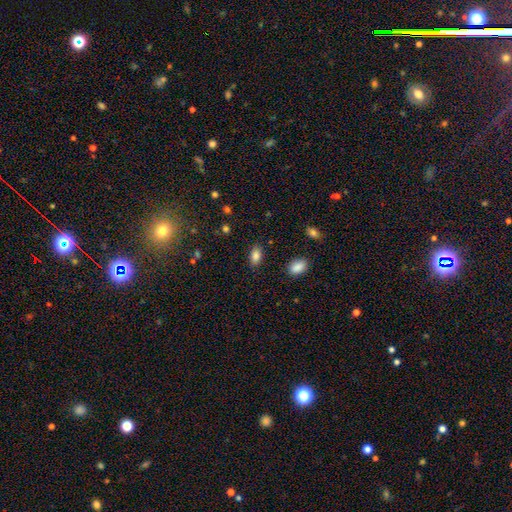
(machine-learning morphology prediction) A smooth galaxy with no disk features (85%) that is in between round and cigar-shaped (90%). Merging: none (86%).